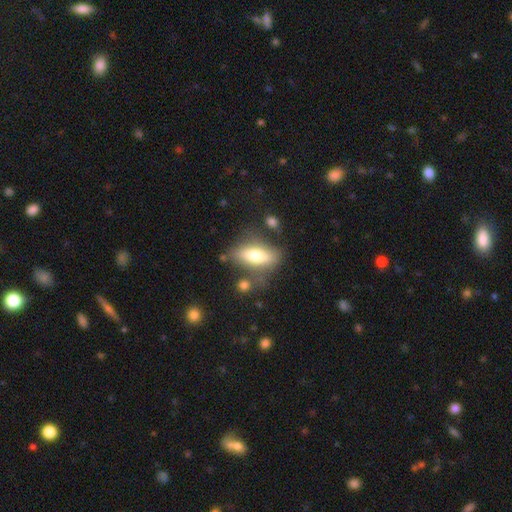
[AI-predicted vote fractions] A smooth galaxy with no disk features (64%) that is in between round and cigar-shaped (72%). Merging: none (65%).